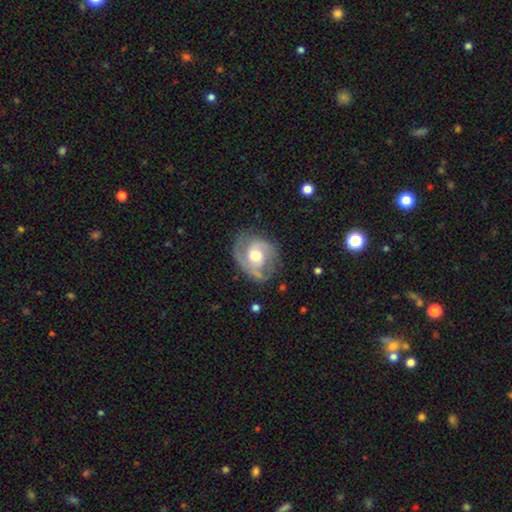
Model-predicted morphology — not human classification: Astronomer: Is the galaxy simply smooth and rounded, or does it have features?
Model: featured or disk — 81%.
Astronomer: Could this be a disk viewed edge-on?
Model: no — 97%.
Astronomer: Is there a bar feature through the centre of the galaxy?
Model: no — 60%.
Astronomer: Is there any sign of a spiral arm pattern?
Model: yes — 92%.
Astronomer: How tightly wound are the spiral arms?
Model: medium — 46% (runner-up: tight, 38%).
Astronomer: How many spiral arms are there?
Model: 2 — 74%.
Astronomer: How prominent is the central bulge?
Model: moderate — 67%.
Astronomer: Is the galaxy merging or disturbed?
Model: none — 69%.